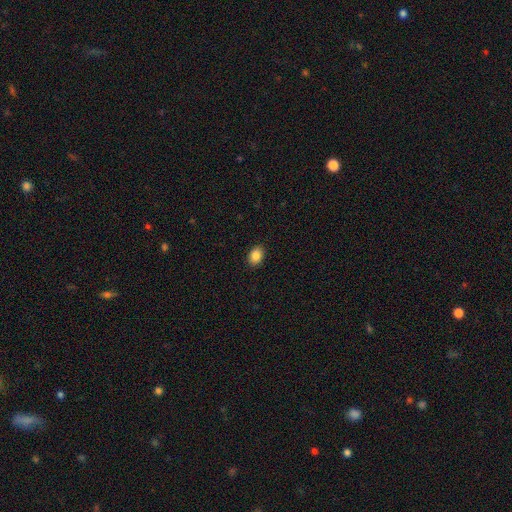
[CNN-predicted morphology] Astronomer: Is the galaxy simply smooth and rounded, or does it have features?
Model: smooth — 87%.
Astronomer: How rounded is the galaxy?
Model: in between — 74%.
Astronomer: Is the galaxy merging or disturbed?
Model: none — 89%.